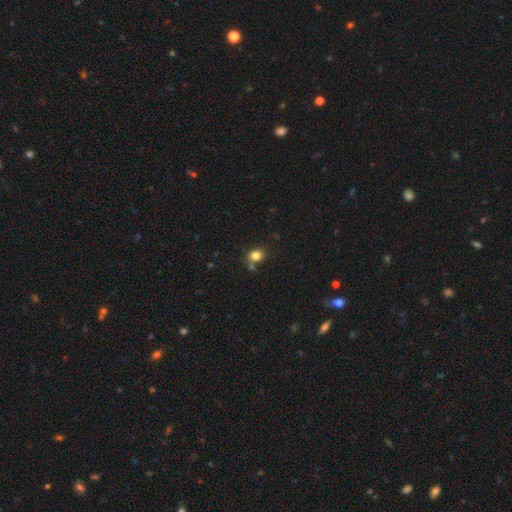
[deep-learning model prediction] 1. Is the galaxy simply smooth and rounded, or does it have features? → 81% smooth, 12% star or artifact, 7% featured or disk.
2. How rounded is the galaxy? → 60% round, 39% in between, 1% cigar-shaped.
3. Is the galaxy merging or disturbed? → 68% none, 15% minor disturbance, 12% merger, 5% major disturbance.